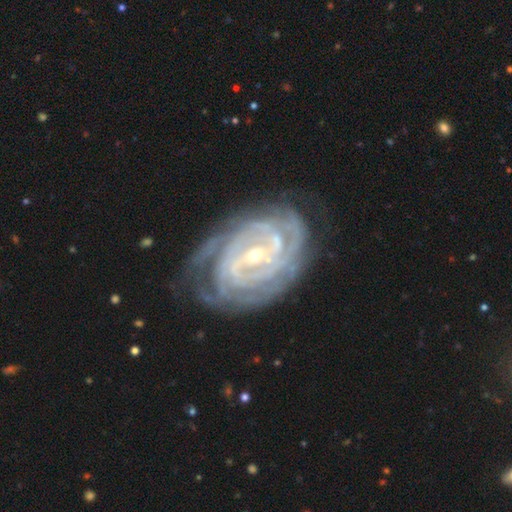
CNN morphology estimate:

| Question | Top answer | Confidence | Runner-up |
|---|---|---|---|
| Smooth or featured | featured or disk | 90% | star or artifact (5%) |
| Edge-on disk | no | 97% | yes (3%) |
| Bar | weak | 45% | strong (32%) |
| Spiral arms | yes | 98% | no (2%) |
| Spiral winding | tight | 80% | medium (17%) |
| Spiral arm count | can't tell | 27% | 4 (23%) |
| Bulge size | small | 65% | moderate (32%) |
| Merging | none | 71% | minor disturbance (20%) |